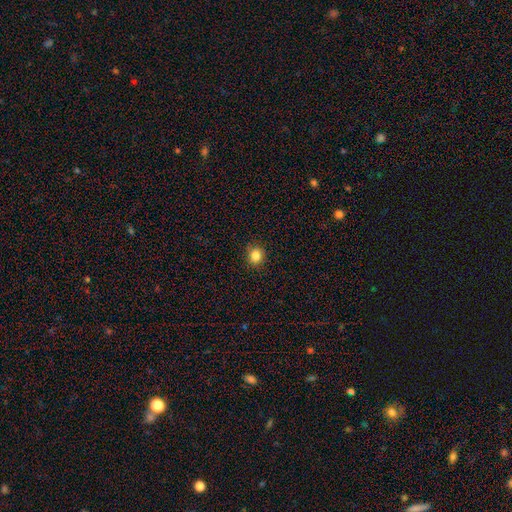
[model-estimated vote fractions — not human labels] smooth 84%, star or artifact 12%, featured or disk 5%. Down the decision tree: how rounded — round (85%); merging — none (90%).